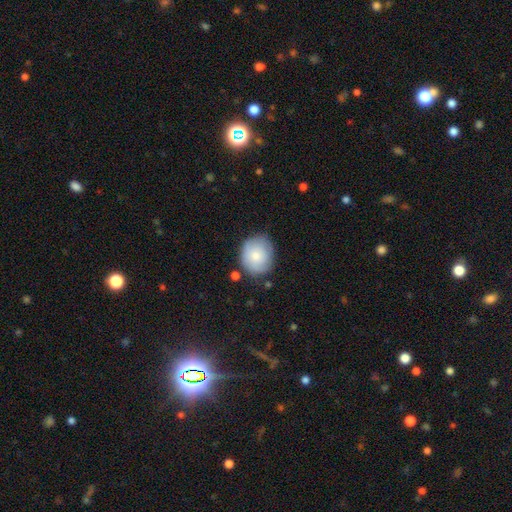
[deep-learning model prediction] Smooth or featured? Predicted: smooth (p=0.75). How rounded? Predicted: round (p=0.69). Merging? Predicted: none (p=0.71).